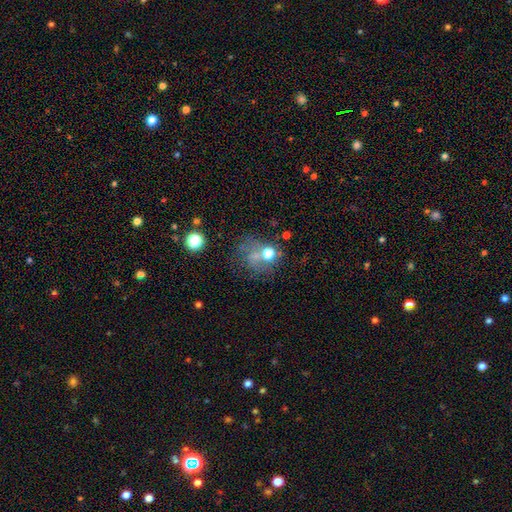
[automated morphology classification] Smooth or featured? Predicted: smooth (p=0.43). Merging? Predicted: none (p=0.43).